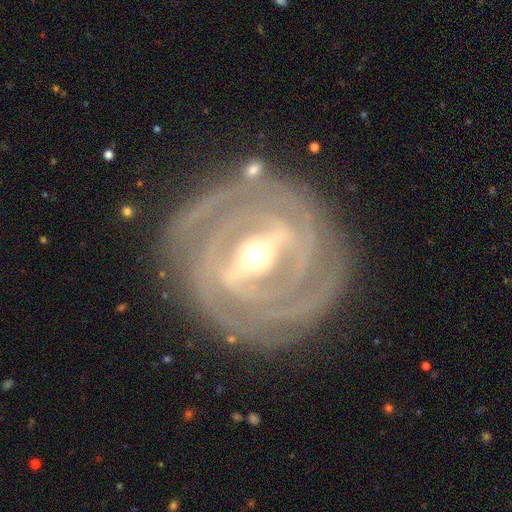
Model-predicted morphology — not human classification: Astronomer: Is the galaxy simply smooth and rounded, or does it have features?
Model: featured or disk — 89%.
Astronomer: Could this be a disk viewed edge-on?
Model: no — 90%.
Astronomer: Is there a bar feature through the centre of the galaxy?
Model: strong — 72%.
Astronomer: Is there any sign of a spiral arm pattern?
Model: yes — 87%.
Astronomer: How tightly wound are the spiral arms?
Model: tight — 80%.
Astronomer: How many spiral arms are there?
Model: can't tell — 35% (runner-up: 2, 20%).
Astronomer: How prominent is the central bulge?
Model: moderate — 59% (runner-up: small, 34%).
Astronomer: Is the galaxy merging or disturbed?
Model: none — 77%.